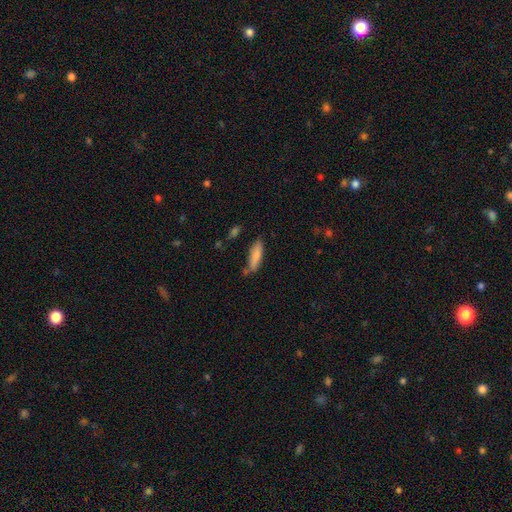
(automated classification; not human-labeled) Q: Smooth or featured?
A: smooth (81%); runner-up: featured or disk (13%)
Q: How rounded?
A: cigar-shaped (65%); runner-up: in between (33%)
Q: Merging?
A: none (68%); runner-up: minor disturbance (21%)